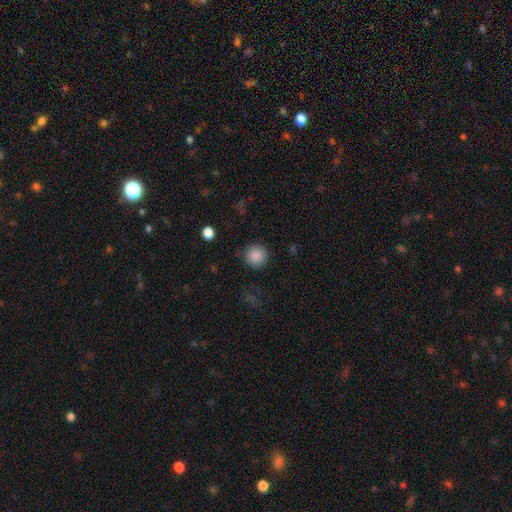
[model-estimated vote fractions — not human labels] smooth-or-featured: smooth: 87% | star or artifact: 9% | featured or disk: 3%
  how-rounded: round: 94% | in between: 5% | cigar-shaped: 1%
  merging: none: 88% | minor disturbance: 8% | major disturbance: 3% | merger: 1%